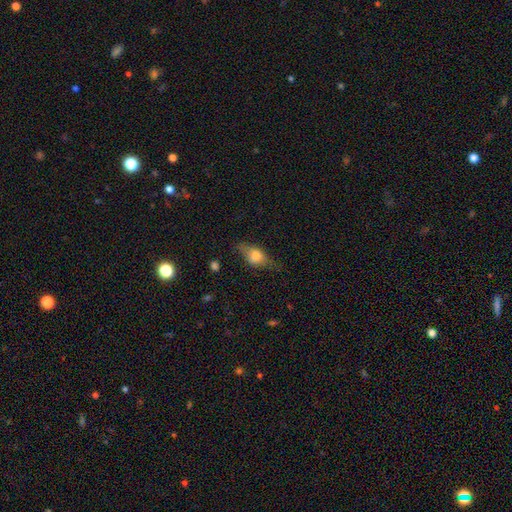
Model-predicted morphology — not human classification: Q: Smooth or featured?
A: smooth (62%); runner-up: featured or disk (29%)
Q: How rounded?
A: in between (72%); runner-up: round (18%)
Q: Merging?
A: none (61%); runner-up: minor disturbance (27%)